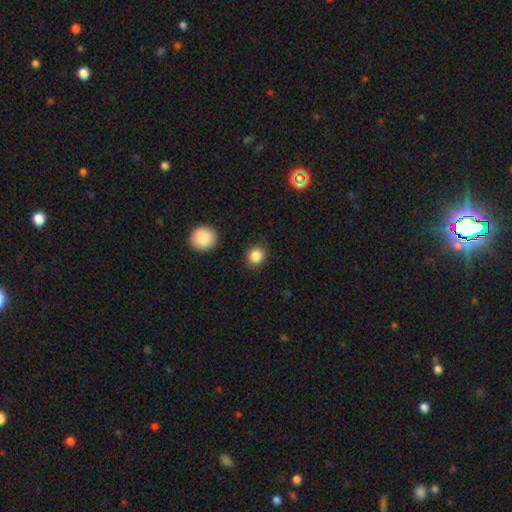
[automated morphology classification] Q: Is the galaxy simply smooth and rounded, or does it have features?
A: smooth — 86%.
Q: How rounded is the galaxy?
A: round — 78%.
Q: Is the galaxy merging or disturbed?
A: none — 87%.